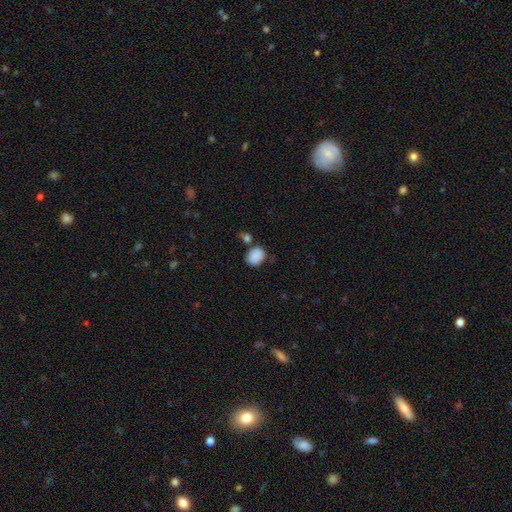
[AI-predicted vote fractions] smooth 88%, star or artifact 8%, featured or disk 4%. Down the decision tree: how rounded — in between (62%); merging — none (66%).